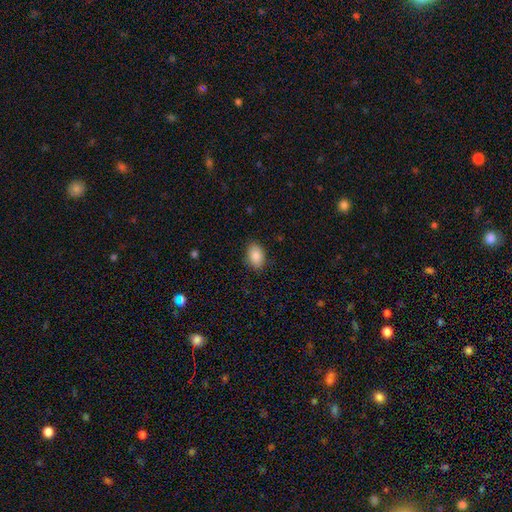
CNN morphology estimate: The model was most divided on "how rounded": in between: 86%, round: 12%, cigar-shaped: 1%. More confident: merging — none (87%); smooth or featured — smooth (87%).